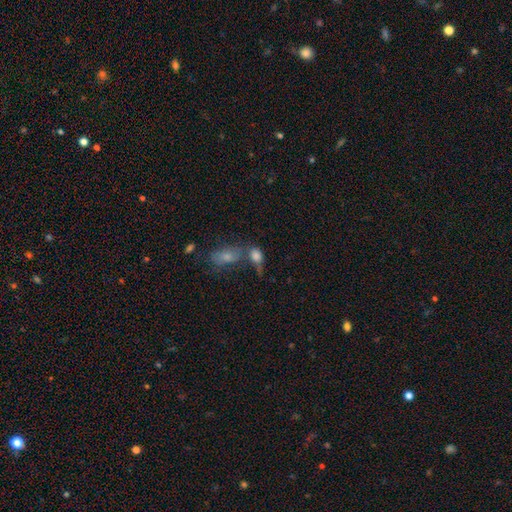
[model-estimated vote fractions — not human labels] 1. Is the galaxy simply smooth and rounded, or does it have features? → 78% smooth, 11% featured or disk, 11% star or artifact.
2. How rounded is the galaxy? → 70% in between, 26% round, 4% cigar-shaped.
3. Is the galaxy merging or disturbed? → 44% merger, 31% none, 15% minor disturbance, 10% major disturbance.